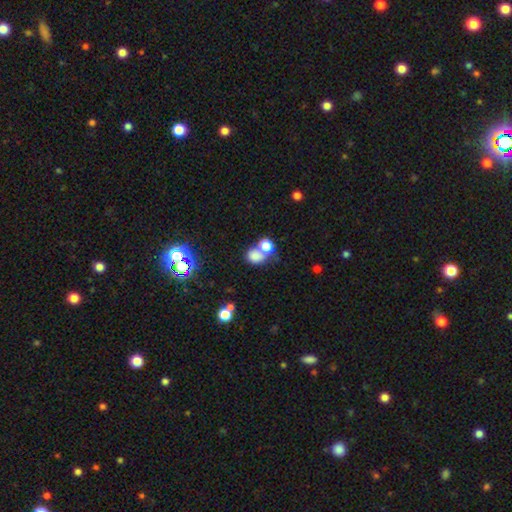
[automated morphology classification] This appears to be a smooth galaxy with no disk features (73%) that is round (53%). Merging: merger (49%).